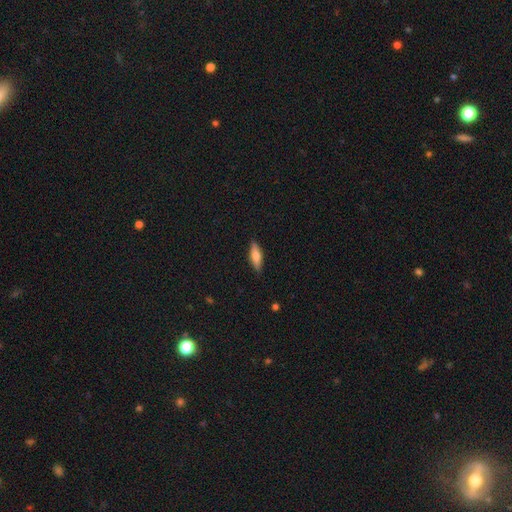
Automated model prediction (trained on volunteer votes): Smooth or featured: smooth — 69% (featured or disk — 25%)
How rounded: cigar-shaped — 49% (tied with in between — 49%)
Merging: none — 87% (minor disturbance — 10%)